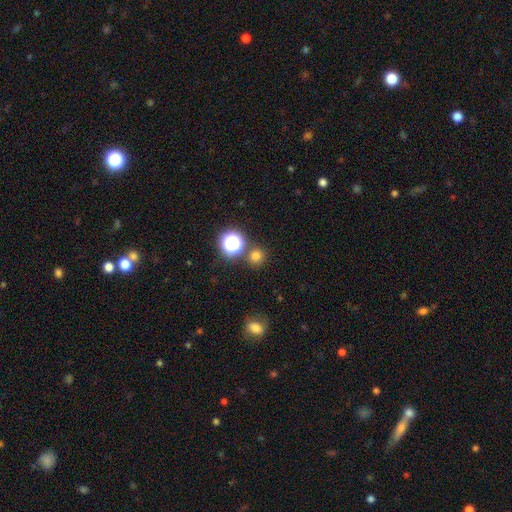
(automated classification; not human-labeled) smooth-or-featured: smooth: 72% | star or artifact: 23% | featured or disk: 5%
  how-rounded: round: 91% | in between: 8% | cigar-shaped: 1%
  merging: none: 78% | merger: 11% | minor disturbance: 7% | major disturbance: 3%